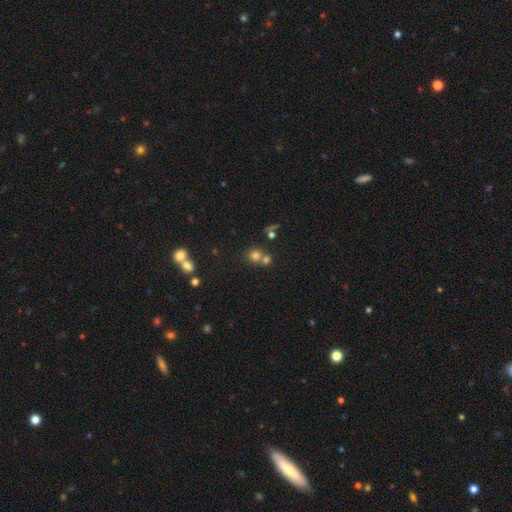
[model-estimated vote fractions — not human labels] A smooth galaxy with no disk features (71%) that is round (85%).

Vote fractions:
- Smooth or featured? smooth: 71% / star or artifact: 18% / featured or disk: 11%
- How rounded? round: 85% / in between: 14% / cigar-shaped: 1%
- Merging? none: 49% / merger: 41% / minor disturbance: 7% / major disturbance: 3%